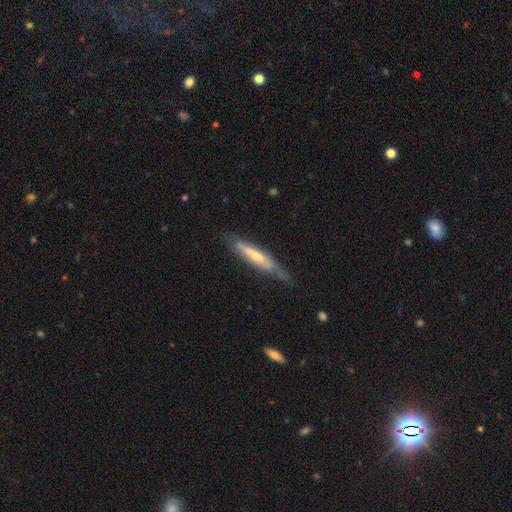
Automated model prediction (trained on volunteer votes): A featured or disk galaxy (50%) viewed edge-on (76%).

Vote fractions:
- Smooth or featured? featured or disk: 50% / smooth: 44% / star or artifact: 6%
- Edge-on disk? yes: 76% / no: 24%
- Merging? none: 63% / minor disturbance: 27% / major disturbance: 8% / merger: 2%